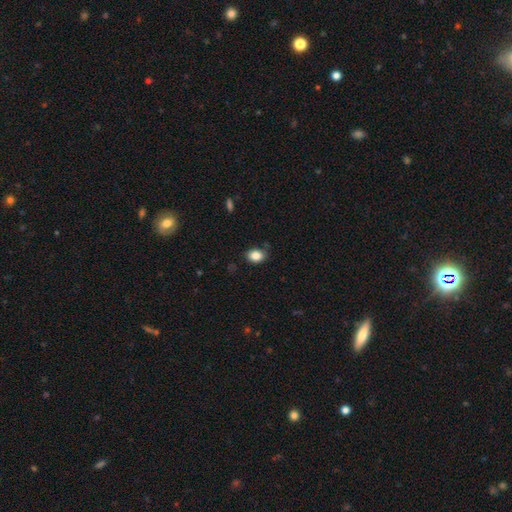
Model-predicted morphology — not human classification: A smooth galaxy with no disk features (85%) that is in between round and cigar-shaped (65%). Merging: none (81%).